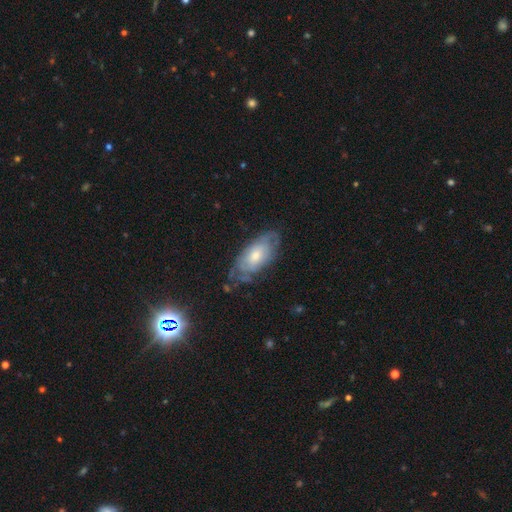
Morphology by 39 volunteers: type=featured or disk (56%); edge-on=no (100%); bar=no (73%); spiral arms=yes (77%); winding=tight (59%); arm count=can't tell (76%); bulge=small (59%); merging=none (58%).